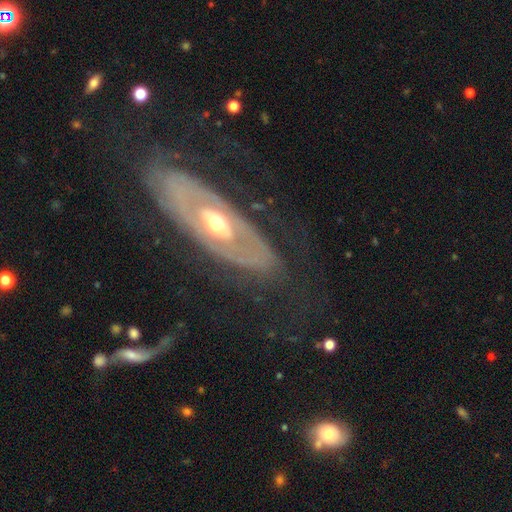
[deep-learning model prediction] A featured or disk galaxy (78%) with no bar (71%), spiral arms (51%) and a moderate central bulge (70%). Merging: none (73%).